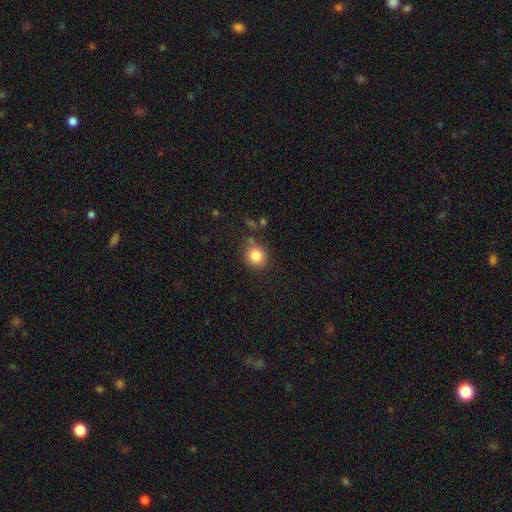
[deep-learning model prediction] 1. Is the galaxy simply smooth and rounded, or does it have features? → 84% smooth, 10% star or artifact, 5% featured or disk.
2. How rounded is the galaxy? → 83% round, 16% in between, 1% cigar-shaped.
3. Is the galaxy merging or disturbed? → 78% none, 13% minor disturbance, 6% merger, 4% major disturbance.